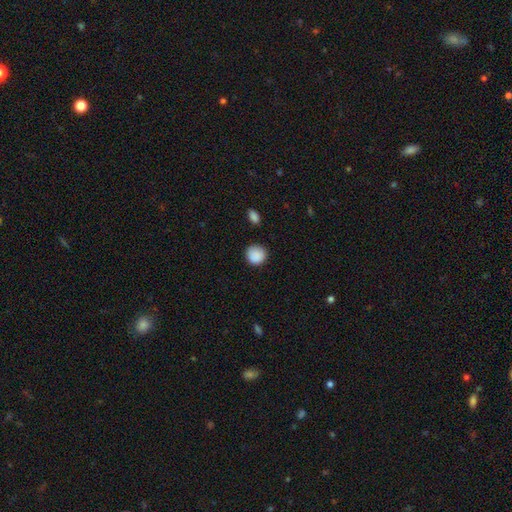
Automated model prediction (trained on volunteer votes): A smooth galaxy with no disk features (89%) that is round (92%). Merging: none (86%).